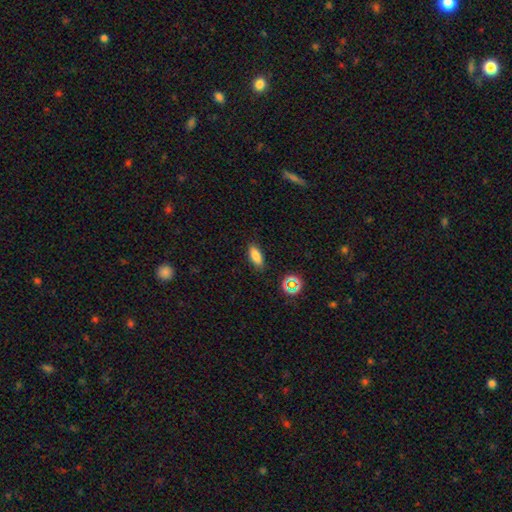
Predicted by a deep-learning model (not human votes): Overall: smooth (79%). How rounded: in between (78%). Merging: none (86%).